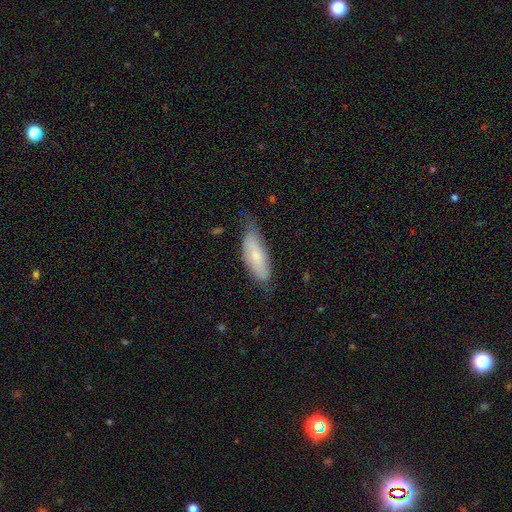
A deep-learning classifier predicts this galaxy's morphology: Q: Smooth or featured?
A: smooth (63%); runner-up: featured or disk (30%)
Q: How rounded?
A: in between (70%); runner-up: cigar-shaped (28%)
Q: Merging?
A: none (55%); runner-up: minor disturbance (35%)